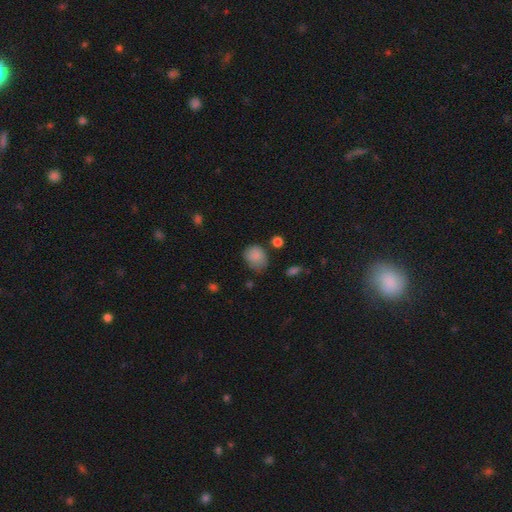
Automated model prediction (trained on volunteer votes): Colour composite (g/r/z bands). It shows a smooth galaxy with no disk features (84%) that is round (50%). Merging: none (54%).